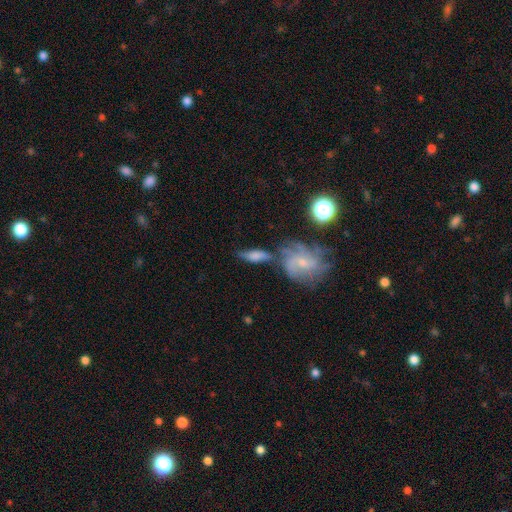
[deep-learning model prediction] Q: Smooth or featured?
A: smooth (54%); runner-up: featured or disk (37%)
Q: How rounded?
A: in between (70%); runner-up: cigar-shaped (24%)
Q: Merging?
A: none (44%); runner-up: merger (25%)